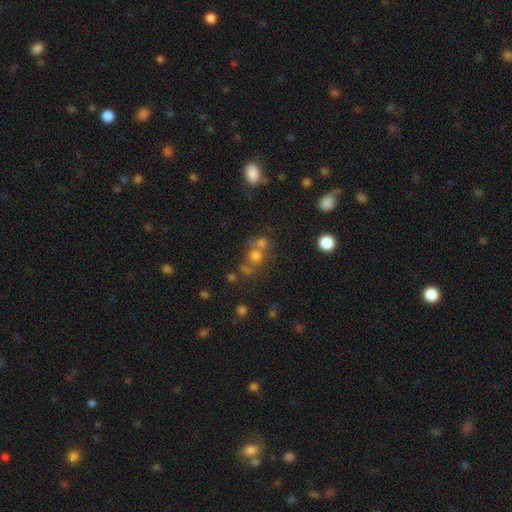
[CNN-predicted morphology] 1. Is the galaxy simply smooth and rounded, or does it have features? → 66% smooth, 20% star or artifact, 14% featured or disk.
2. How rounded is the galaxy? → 84% round, 15% in between, 1% cigar-shaped.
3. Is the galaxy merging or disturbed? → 47% none, 38% merger, 9% minor disturbance, 6% major disturbance.